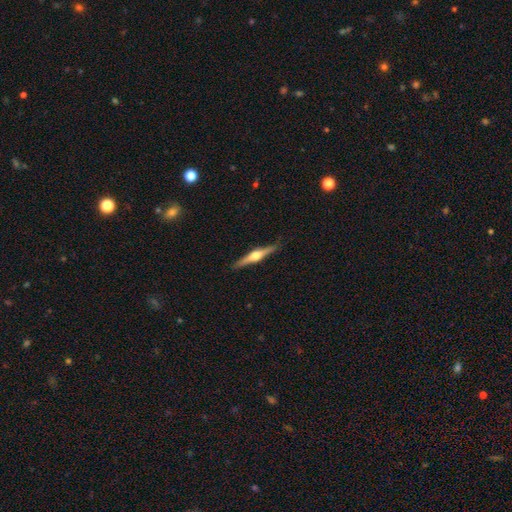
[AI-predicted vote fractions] Smooth or featured?
  - featured or disk: 73% *
  - smooth: 22%
  - star or artifact: 5%
Edge-on disk?
  - yes: 98% *
  - no: 2%
Edge-on bulge?
  - rounded: 94% *
  - boxy: 3%
  - none: 2%
Merging?
  - none: 89% *
  - minor disturbance: 8%
  - major disturbance: 1%
  - merger: 1%